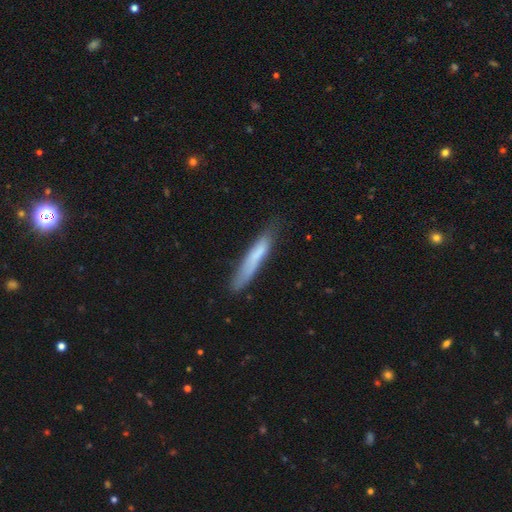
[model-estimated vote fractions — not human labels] Smooth or featured? Predicted: smooth (p=0.70). How rounded? Predicted: cigar-shaped (p=0.93). Merging? Predicted: none (p=0.74).